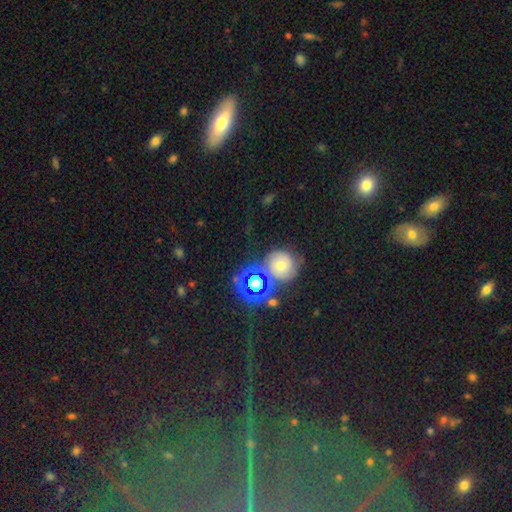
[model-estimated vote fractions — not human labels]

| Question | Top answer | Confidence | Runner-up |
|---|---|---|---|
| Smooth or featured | smooth | 51% | star or artifact (35%) |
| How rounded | round | 85% | in between (13%) |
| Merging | none | 73% | merger (12%) |